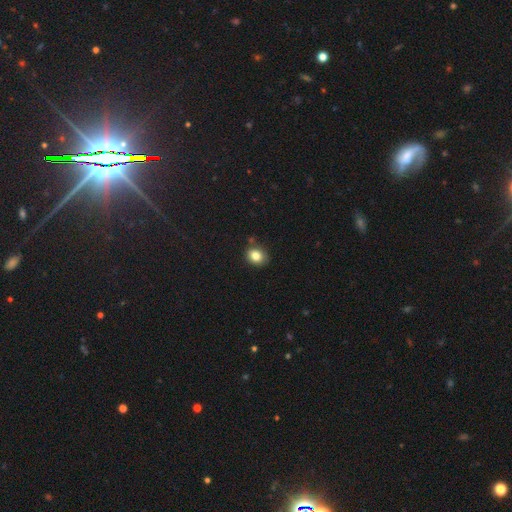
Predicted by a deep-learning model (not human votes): smooth_or_featured: smooth (p=0.82) [alt: star or artifact p=0.11]
how_rounded: round (p=0.60) [alt: in between p=0.39]
merging: none (p=0.80) [alt: minor disturbance p=0.13]